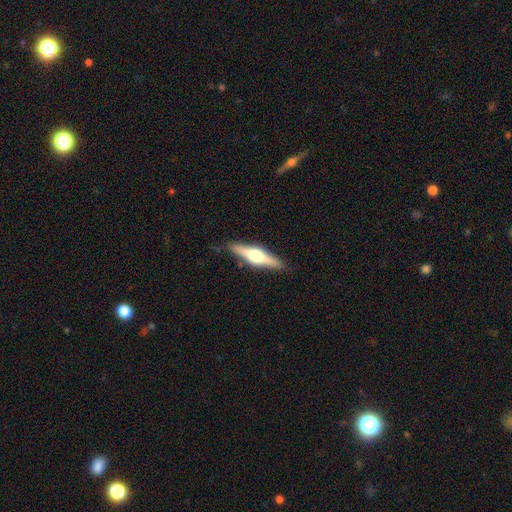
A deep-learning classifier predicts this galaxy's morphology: Smooth or featured? Predicted: featured or disk (p=0.68). Edge-on disk? Predicted: yes (p=0.97). Edge-on bulge? Predicted: rounded (p=0.94). Merging? Predicted: none (p=0.89).